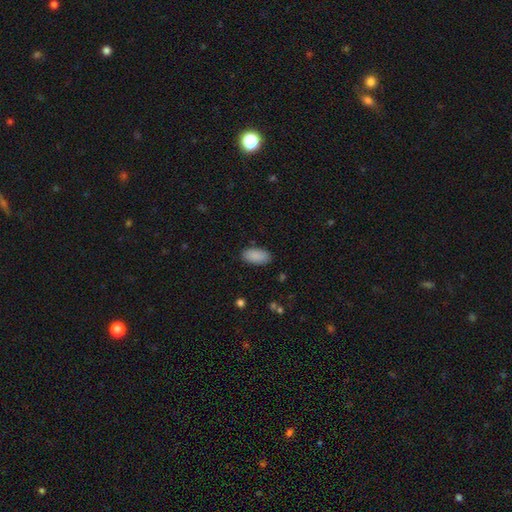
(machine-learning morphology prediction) smooth_or_featured: smooth (p=0.90) [alt: star or artifact p=0.07]
how_rounded: in between (p=0.93) [alt: cigar-shaped p=0.05]
merging: none (p=0.87) [alt: minor disturbance p=0.10]